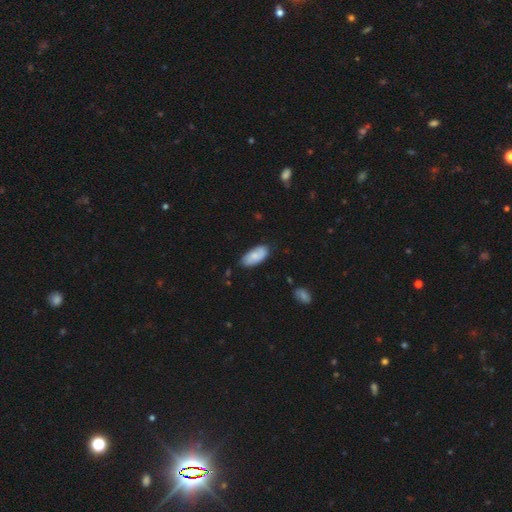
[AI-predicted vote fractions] The model was most divided on "smooth or featured": smooth: 74%, featured or disk: 20%, star or artifact: 6%. More confident: how rounded — in between (91%); merging — none (75%).